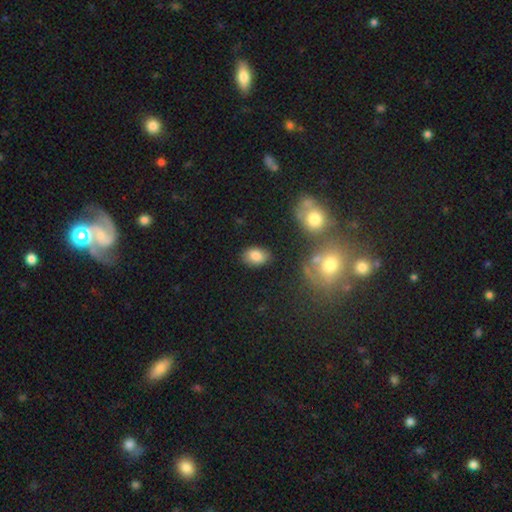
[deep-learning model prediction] This is clearly a smooth galaxy (83%). How rounded: clearly in between (83%). Merging: clearly none (82%).